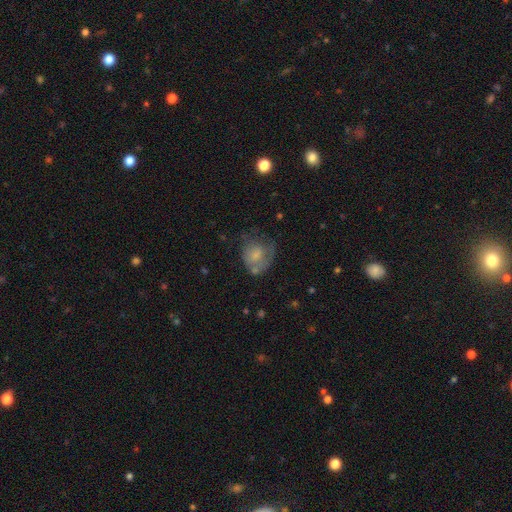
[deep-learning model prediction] smooth-or-featured: smooth: 61% | featured or disk: 30% | star or artifact: 10%
  how-rounded: round: 61% | in between: 38% | cigar-shaped: 1%
  merging: none: 39% | minor disturbance: 28% | major disturbance: 26% | merger: 7%